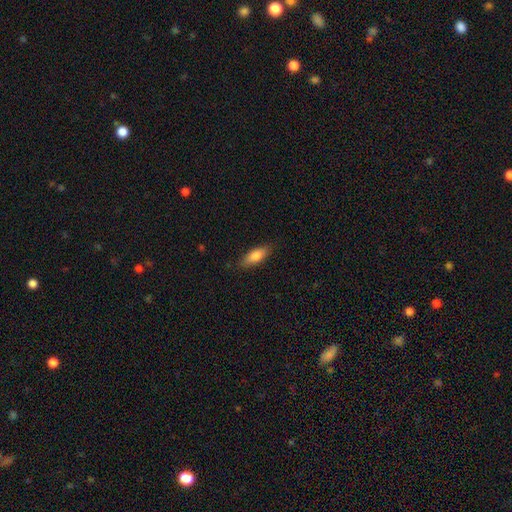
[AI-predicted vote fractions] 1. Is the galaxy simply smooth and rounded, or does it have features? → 81% smooth, 12% featured or disk, 6% star or artifact.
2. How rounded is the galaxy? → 69% in between, 29% cigar-shaped, 2% round.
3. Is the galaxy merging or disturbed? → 85% none, 12% minor disturbance, 2% major disturbance, 1% merger.